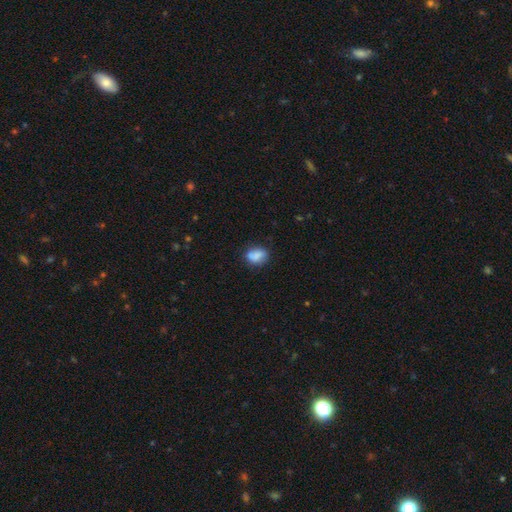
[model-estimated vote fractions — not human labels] smooth 78%, featured or disk 13%, star or artifact 8%. Down the decision tree: how rounded — in between (60%); merging — none (59%).